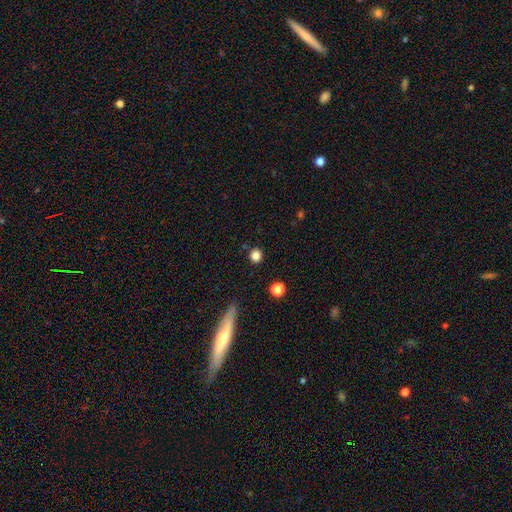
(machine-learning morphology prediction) A smooth galaxy with no disk features (83%) that is round (91%). Merging: none (89%).